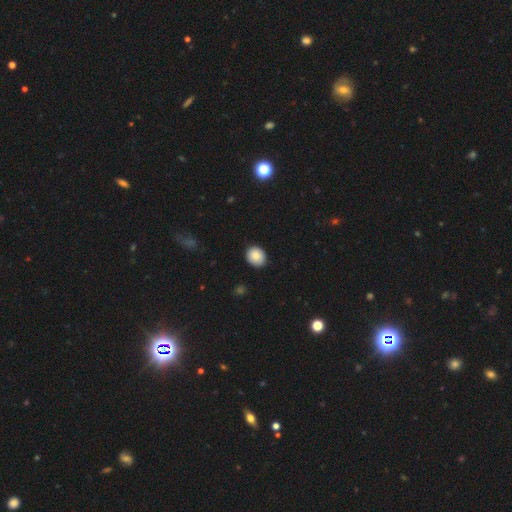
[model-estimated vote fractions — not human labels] Smooth or featured: smooth — 86% (star or artifact — 8%)
How rounded: round — 71% (in between — 28%)
Merging: none — 87% (minor disturbance — 10%)